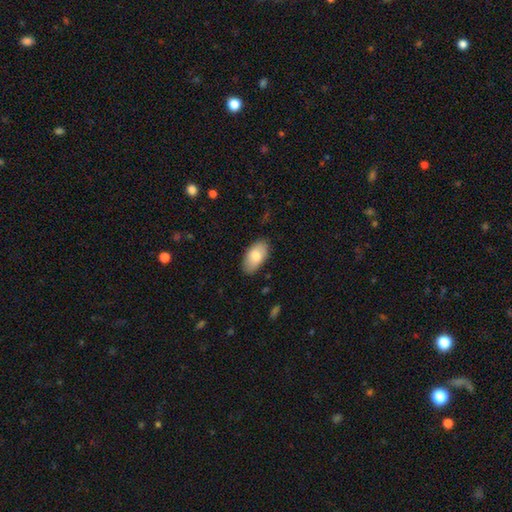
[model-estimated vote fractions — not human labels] The model was most divided on "smooth or featured": smooth: 80%, featured or disk: 14%, star or artifact: 6%. More confident: how rounded — in between (95%); merging — none (86%).